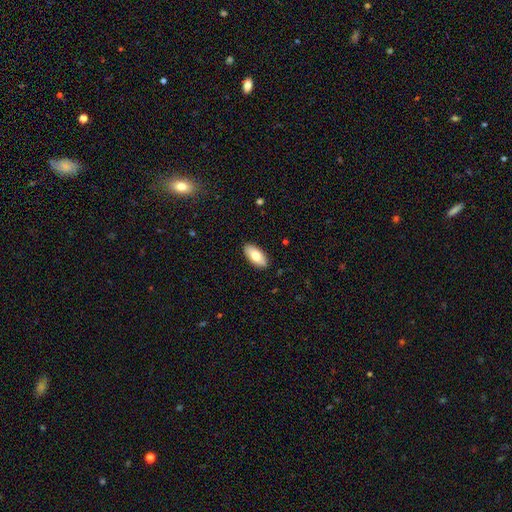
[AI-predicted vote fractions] Smooth or featured? smooth (78%)
How rounded? in between (91%)
Merging? none (89%)